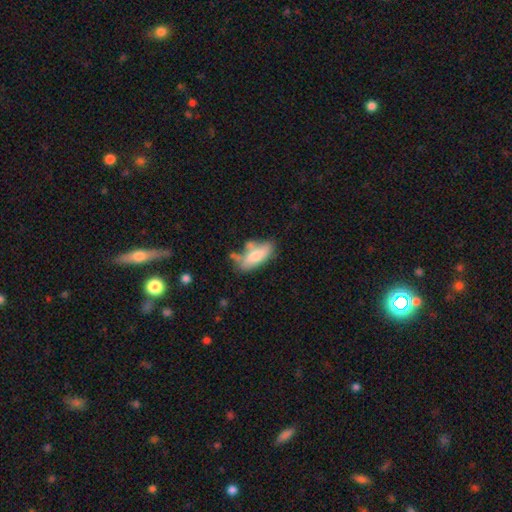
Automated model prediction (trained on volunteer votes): Smooth or featured? smooth (68%)
How rounded? in between (74%)
Merging? none (46%)